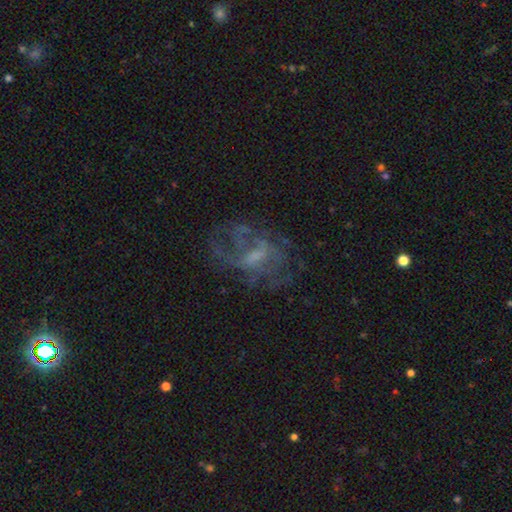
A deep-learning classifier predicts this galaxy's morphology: featured or disk 69%, smooth 18%, star or artifact 14%. Down the decision tree: edge-on disk — no (96%); bar — weak (45%); spiral arms — yes (54%); bulge size — small (34%); merging — none (48%).